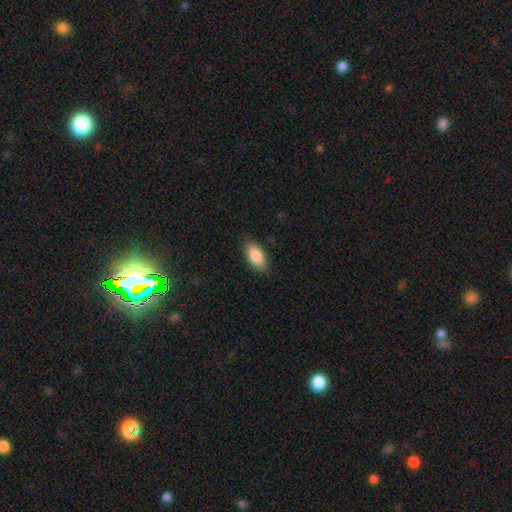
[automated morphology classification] This appears to be a smooth galaxy with no disk features (86%) that is in between round and cigar-shaped (92%). Merging: none (86%).